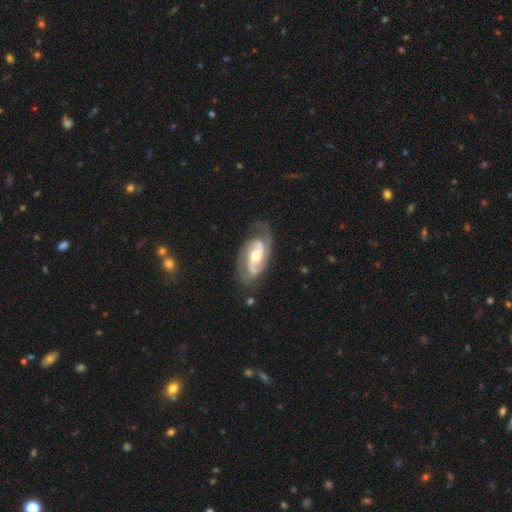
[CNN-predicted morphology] Smooth or featured? featured or disk (90%)
Edge-on disk? no (96%)
Bar? weak (42%)
Spiral arms? yes (97%)
Spiral winding? medium (50%)
Spiral arm count? 2 (89%)
Bulge size? moderate (64%)
Merging? none (76%)